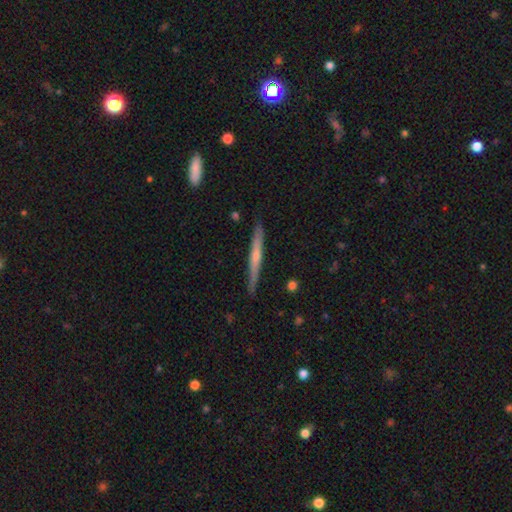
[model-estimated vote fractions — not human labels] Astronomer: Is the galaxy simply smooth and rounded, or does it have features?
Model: featured or disk — 57% (runner-up: smooth, 37%).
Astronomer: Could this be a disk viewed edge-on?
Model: yes — 97%.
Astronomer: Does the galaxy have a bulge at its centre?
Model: rounded — 53% (runner-up: none, 41%).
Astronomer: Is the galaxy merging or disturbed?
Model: none — 88%.